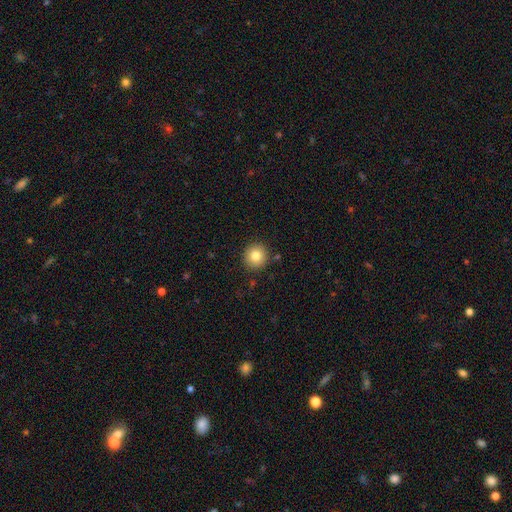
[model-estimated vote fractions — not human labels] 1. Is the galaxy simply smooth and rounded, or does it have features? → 81% smooth, 11% star or artifact, 8% featured or disk.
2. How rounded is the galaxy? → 95% round, 4% in between, 1% cigar-shaped.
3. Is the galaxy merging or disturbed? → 90% none, 6% minor disturbance, 2% major disturbance, 2% merger.